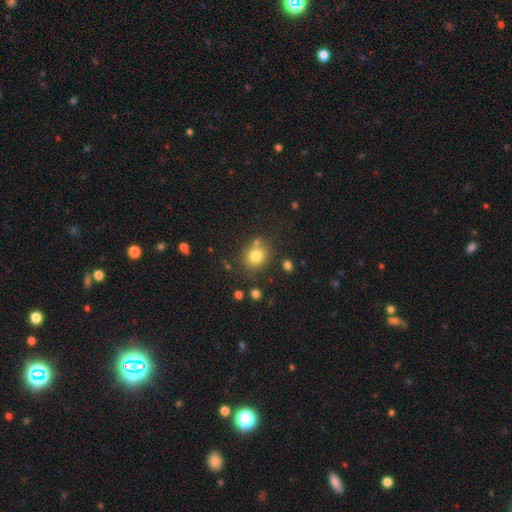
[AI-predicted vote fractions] smooth_or_featured: smooth (p=0.79) [alt: star or artifact p=0.13]
how_rounded: round (p=0.78) [alt: in between p=0.21]
merging: none (p=0.72) [alt: merger p=0.12]